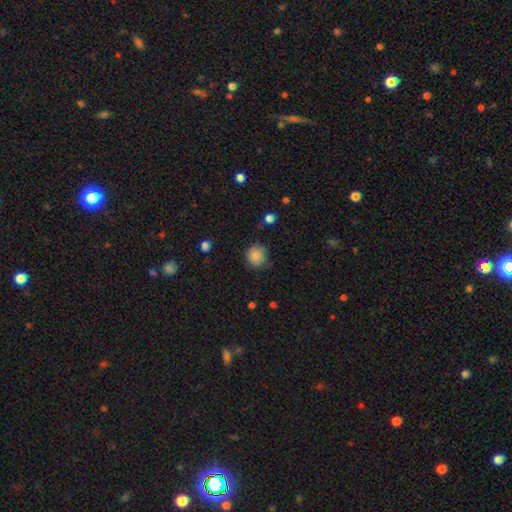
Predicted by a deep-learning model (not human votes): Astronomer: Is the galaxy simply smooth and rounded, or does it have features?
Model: smooth — 85%.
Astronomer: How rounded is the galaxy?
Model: round — 82%.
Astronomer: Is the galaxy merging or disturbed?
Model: none — 73%.